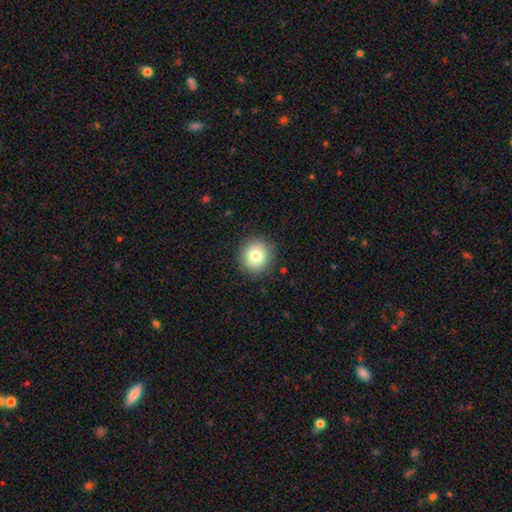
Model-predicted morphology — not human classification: Smooth or featured? smooth (79%)
How rounded? round (91%)
Merging? none (89%)